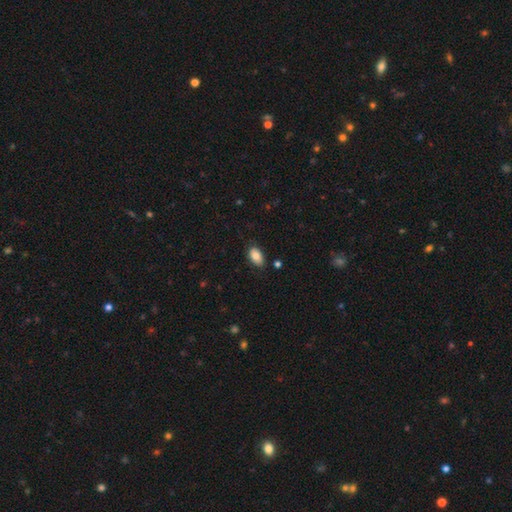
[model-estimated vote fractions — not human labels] Smooth or featured? Predicted: smooth (p=0.81). How rounded? Predicted: in between (p=0.91). Merging? Predicted: none (p=0.80).